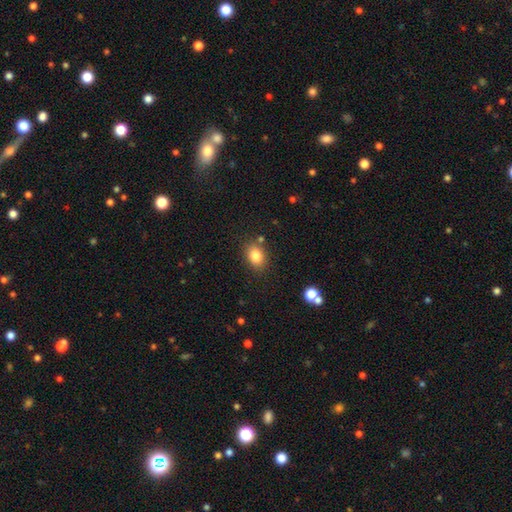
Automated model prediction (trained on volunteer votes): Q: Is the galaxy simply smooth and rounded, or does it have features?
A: smooth — 83%.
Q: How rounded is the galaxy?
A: in between — 63%.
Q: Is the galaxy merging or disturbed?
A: none — 81%.